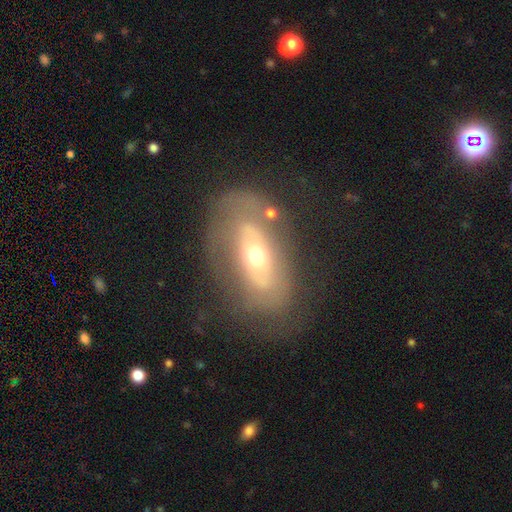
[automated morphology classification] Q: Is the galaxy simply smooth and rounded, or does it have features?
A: featured or disk — 67%.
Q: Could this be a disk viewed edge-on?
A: no — 89%.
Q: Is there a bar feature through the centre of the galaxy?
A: no — 68%.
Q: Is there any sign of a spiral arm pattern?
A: no — 51%.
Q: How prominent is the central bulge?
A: moderate — 56%.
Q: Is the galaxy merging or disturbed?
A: none — 63%.